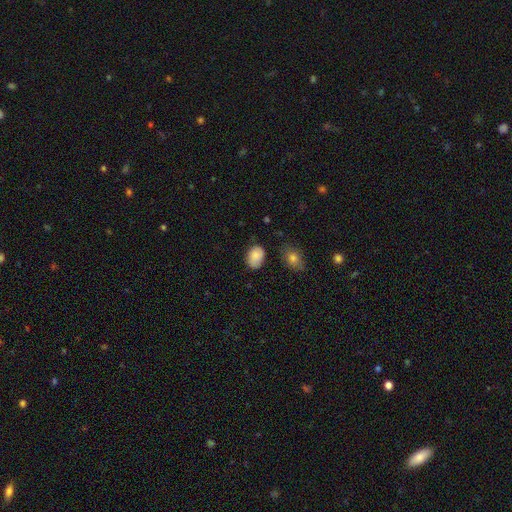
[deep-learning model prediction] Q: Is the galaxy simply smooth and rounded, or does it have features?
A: smooth — 85%.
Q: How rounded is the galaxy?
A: in between — 79%.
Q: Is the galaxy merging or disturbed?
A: none — 69%.